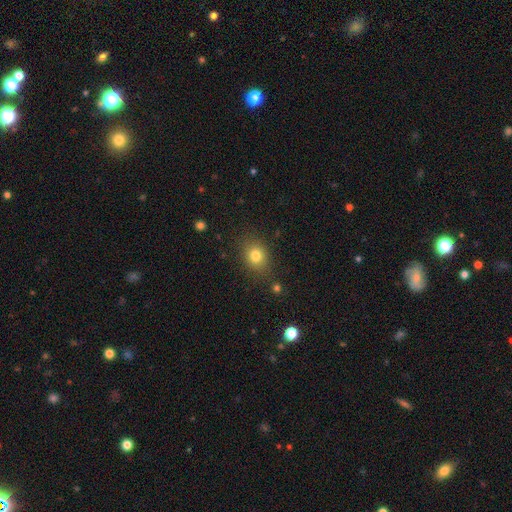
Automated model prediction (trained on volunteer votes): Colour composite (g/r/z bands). It shows a smooth galaxy with no disk features (80%) that is round (59%). Merging: none (82%).